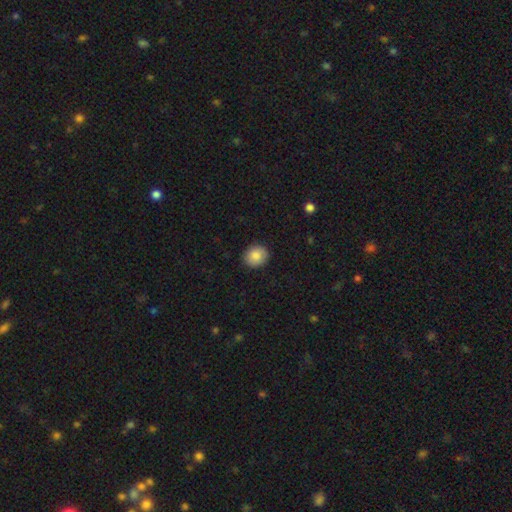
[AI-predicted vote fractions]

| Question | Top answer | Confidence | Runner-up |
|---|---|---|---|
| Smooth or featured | smooth | 86% | star or artifact (8%) |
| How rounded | round | 74% | in between (25%) |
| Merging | none | 90% | minor disturbance (7%) |